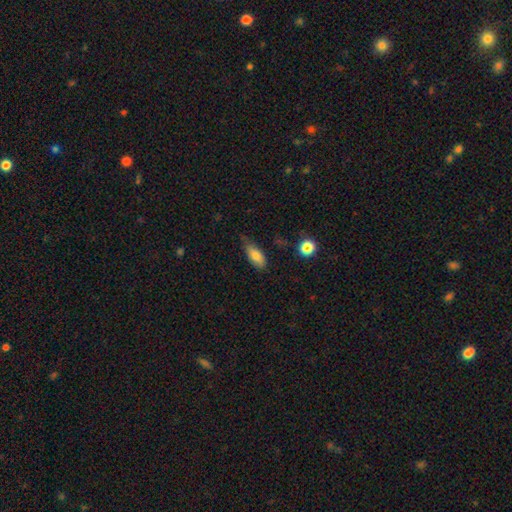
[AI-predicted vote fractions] Smooth or featured? smooth (78%)
How rounded? in between (80%)
Merging? none (56%)